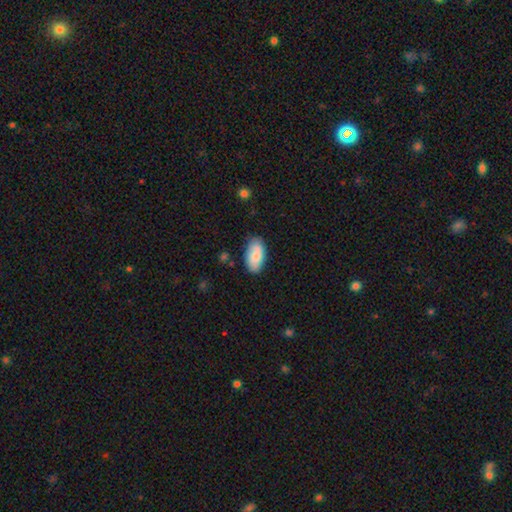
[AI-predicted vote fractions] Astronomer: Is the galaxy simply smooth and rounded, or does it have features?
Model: smooth — 81%.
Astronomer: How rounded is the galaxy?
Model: in between — 94%.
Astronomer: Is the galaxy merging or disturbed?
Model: none — 78%.